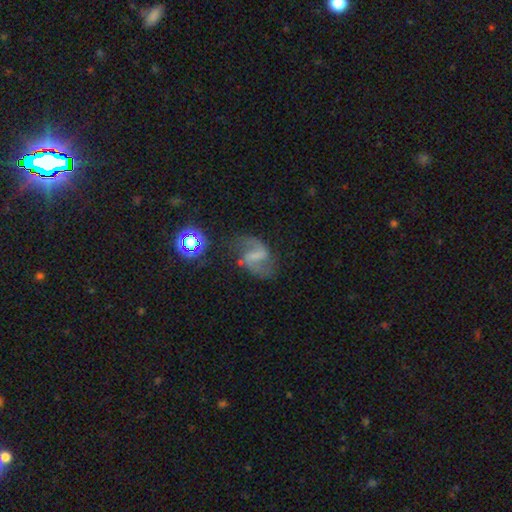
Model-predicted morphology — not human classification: This is likely a featured or disk galaxy (79%). It is clearly not viewed edge-on (98%). Bar: possibly weak (45%). Spiral arm pattern: clearly yes (93%). Spiral arm count: clearly 2 (91%). Spiral winding: possibly loose (55%). Central bulge: possibly none (55%). Merging: likely none (68%).